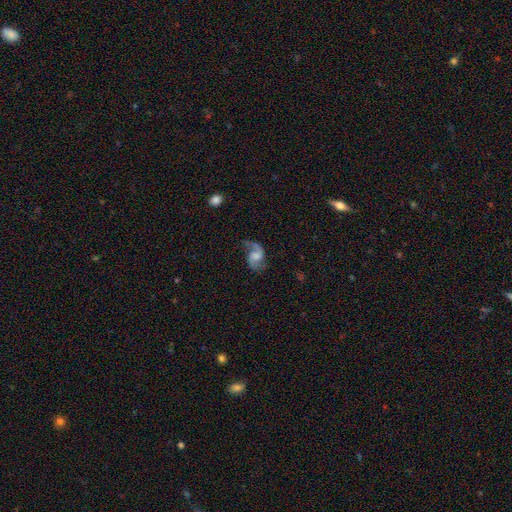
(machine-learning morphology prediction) featured or disk 86%, smooth 8%, star or artifact 6%. Down the decision tree: edge-on disk — no (98%); bar — no (47%); spiral arms — yes (97%); spiral arm count — 2 (90%); spiral winding — loose (58%); bulge size — moderate (36%); merging — none (68%).